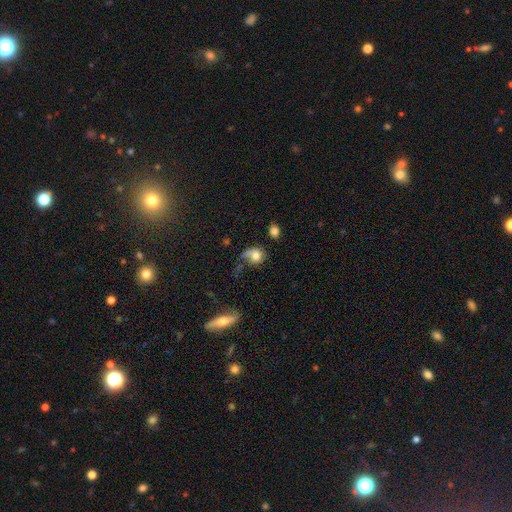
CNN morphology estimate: This is likely a smooth galaxy (63%). How rounded: possibly round (60%). Merging: marginally major disturbance (37%).